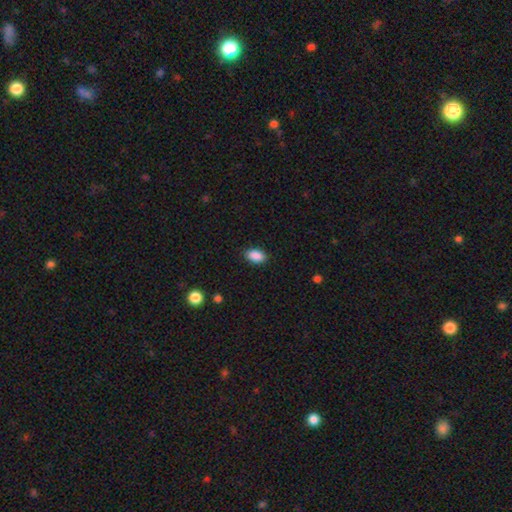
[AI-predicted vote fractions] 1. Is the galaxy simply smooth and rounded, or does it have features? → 89% smooth, 8% star or artifact, 3% featured or disk.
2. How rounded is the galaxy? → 91% in between, 7% round, 2% cigar-shaped.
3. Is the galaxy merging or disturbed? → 88% none, 9% minor disturbance, 2% major disturbance, 1% merger.